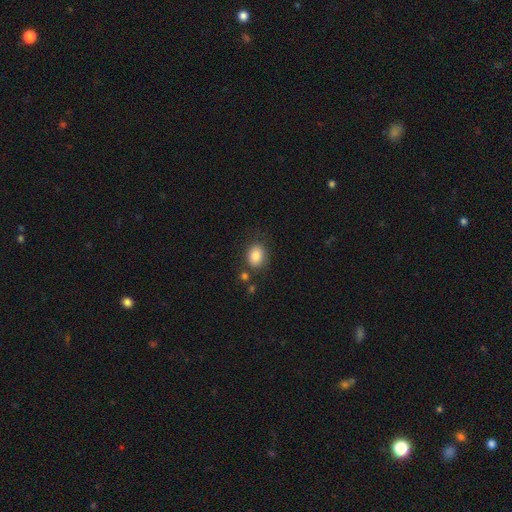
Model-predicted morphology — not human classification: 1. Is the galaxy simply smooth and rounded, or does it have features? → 85% smooth, 9% star or artifact, 6% featured or disk.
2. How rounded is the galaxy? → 61% in between, 38% round, 1% cigar-shaped.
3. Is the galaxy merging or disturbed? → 76% none, 14% minor disturbance, 5% merger, 4% major disturbance.